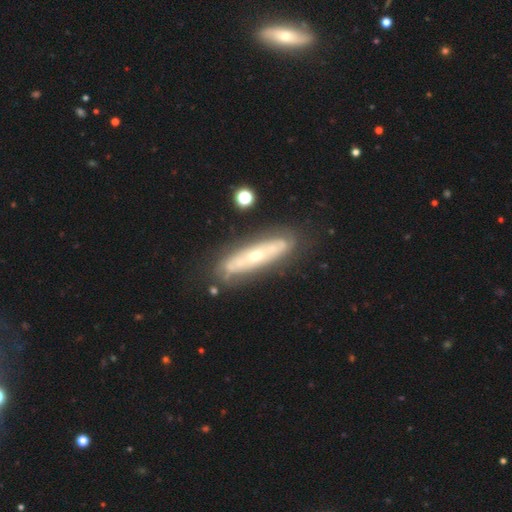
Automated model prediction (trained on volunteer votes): This appears to be a featured or disk galaxy (71%). Merging: none (76%).